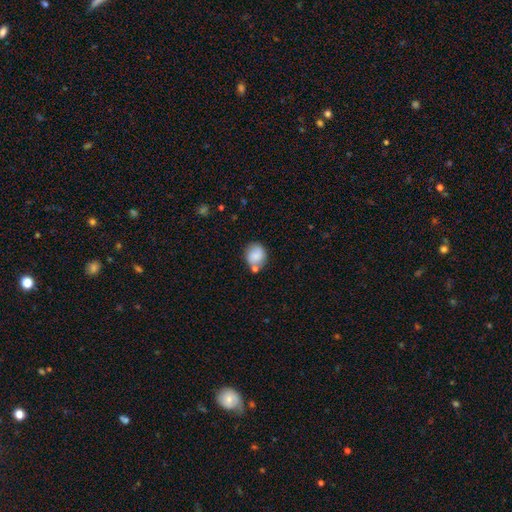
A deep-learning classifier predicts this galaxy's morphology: This is likely a smooth galaxy (79%). How rounded: likely round (69%). Merging: likely none (62%).